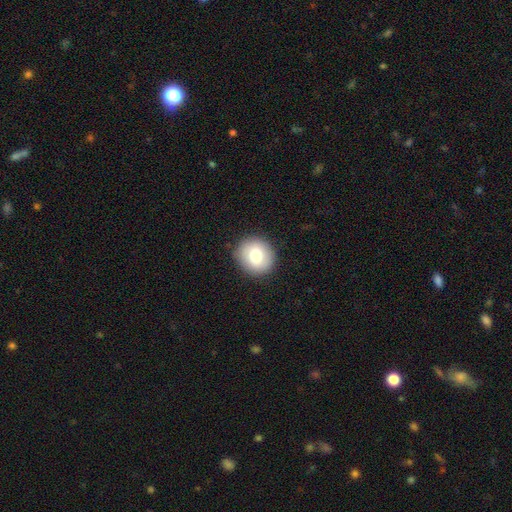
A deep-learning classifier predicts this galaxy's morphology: This is likely a smooth galaxy (76%). How rounded: clearly round (83%). Merging: clearly none (89%).